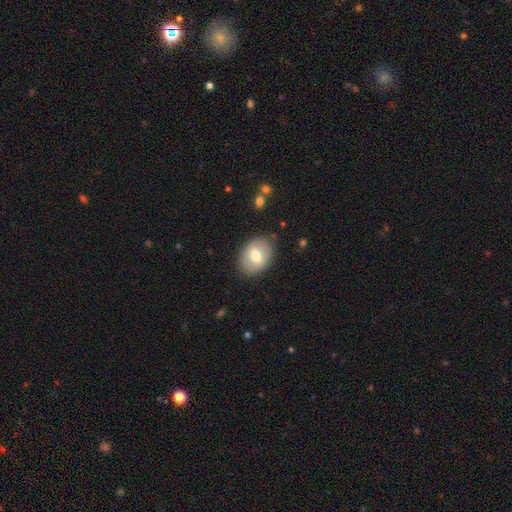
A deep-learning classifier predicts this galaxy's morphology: This appears to be a smooth galaxy with no disk features (69%) that is in between round and cigar-shaped (73%). Merging: none (85%).